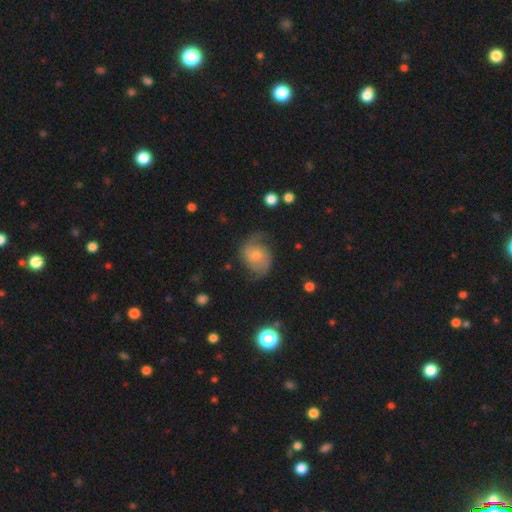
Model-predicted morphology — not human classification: Smooth or featured?
  - featured or disk: 70% *
  - smooth: 22%
  - star or artifact: 8%
Edge-on disk?
  - no: 98% *
  - yes: 2%
Bar?
  - no: 58% *
  - weak: 36%
  - strong: 6%
Spiral arms?
  - yes: 93% *
  - no: 7%
Spiral winding?
  - medium: 49% *
  - loose: 32%
  - tight: 19%
Spiral arm count?
  - 2: 89% *
  - can't tell: 5%
  - 1: 2%
  - 3: 1%
  - 4: 1%
  - more than 4: 1%
Bulge size?
  - moderate: 44% *
  - small: 42%
  - none: 7%
  - large: 6%
  - dominant: 2%
Merging?
  - none: 66% *
  - minor disturbance: 21%
  - major disturbance: 11%
  - merger: 2%